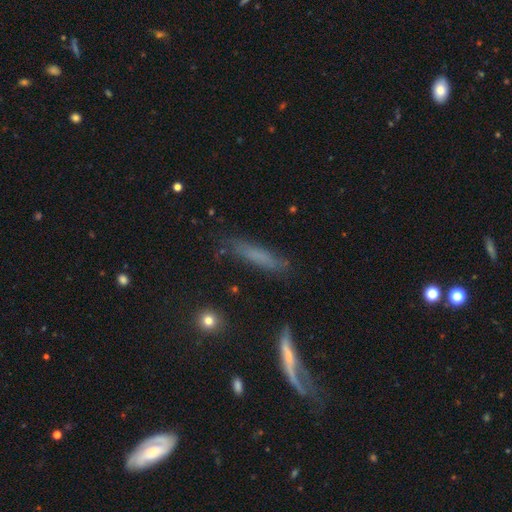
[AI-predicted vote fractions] The model was most divided on "smooth or featured": smooth: 51%, featured or disk: 36%, star or artifact: 13%. More confident: how rounded — cigar-shaped (84%); merging — none (68%).